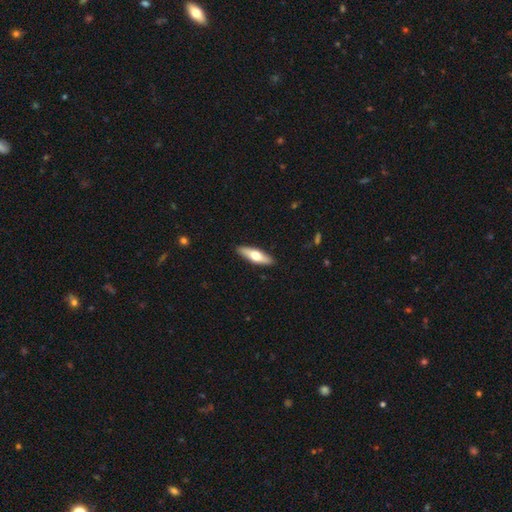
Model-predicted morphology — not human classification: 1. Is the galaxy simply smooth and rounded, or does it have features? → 56% smooth, 39% featured or disk, 5% star or artifact.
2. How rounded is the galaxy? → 57% cigar-shaped, 40% in between, 2% round.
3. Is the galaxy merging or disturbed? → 90% none, 7% minor disturbance, 2% major disturbance, 1% merger.